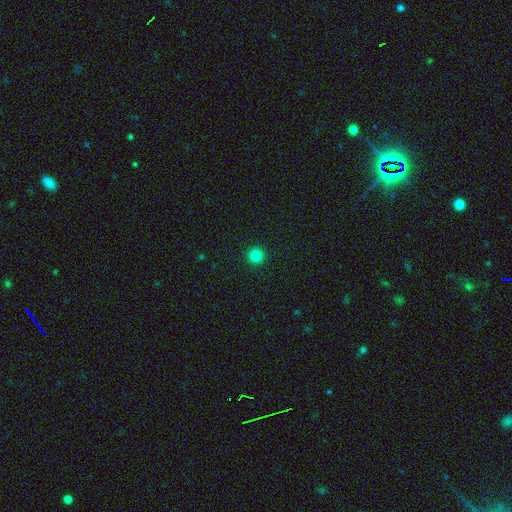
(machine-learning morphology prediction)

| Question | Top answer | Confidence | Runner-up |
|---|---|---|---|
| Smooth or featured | smooth | 82% | star or artifact (13%) |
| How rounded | round | 96% | in between (3%) |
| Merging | none | 94% | minor disturbance (4%) |